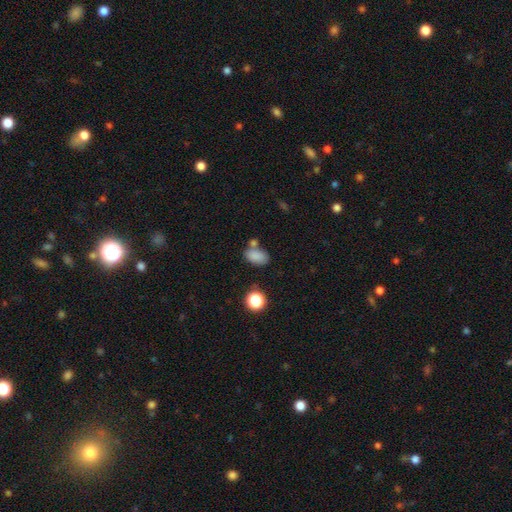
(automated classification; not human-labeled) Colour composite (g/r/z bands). It shows a smooth galaxy with no disk features (82%) that is in between round and cigar-shaped (86%). Merging: none (57%).